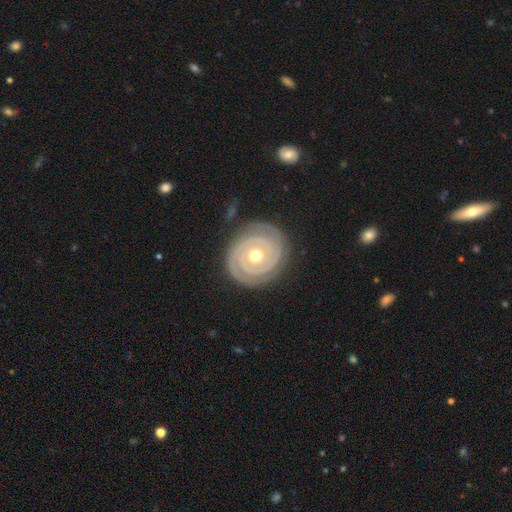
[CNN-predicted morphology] Smooth or featured?
  - featured or disk: 92% *
  - smooth: 4%
  - star or artifact: 4%
Edge-on disk?
  - no: 98% *
  - yes: 2%
Bar?
  - no: 76% *
  - weak: 15%
  - strong: 9%
Spiral arms?
  - yes: 98% *
  - no: 2%
Spiral winding?
  - tight: 91% *
  - medium: 8%
  - loose: 2%
Spiral arm count?
  - 2: 84% *
  - 3: 6%
  - can't tell: 4%
  - 1: 2%
  - 4: 2%
  - more than 4: 2%
Bulge size?
  - moderate: 66% *
  - small: 31%
  - large: 2%
  - dominant: 1%
  - none: 1%
Merging?
  - none: 85% *
  - minor disturbance: 10%
  - major disturbance: 3%
  - merger: 1%